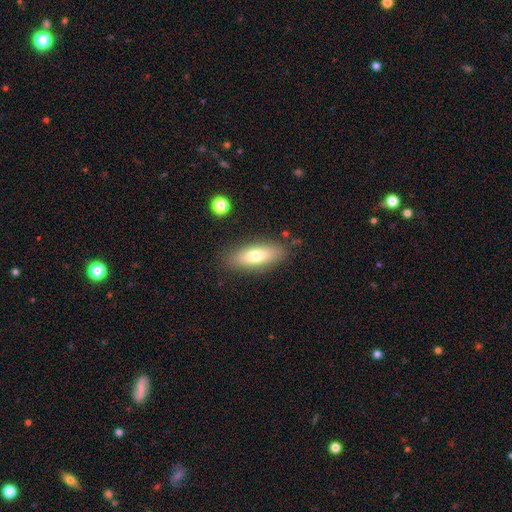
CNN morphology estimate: A smooth galaxy with no disk features (71%) that is in between round and cigar-shaped (61%).

Vote fractions:
- Smooth or featured? smooth: 71% / featured or disk: 21% / star or artifact: 7%
- How rounded? in between: 61% / cigar-shaped: 36% / round: 2%
- Merging? none: 84% / minor disturbance: 11% / major disturbance: 3% / merger: 2%